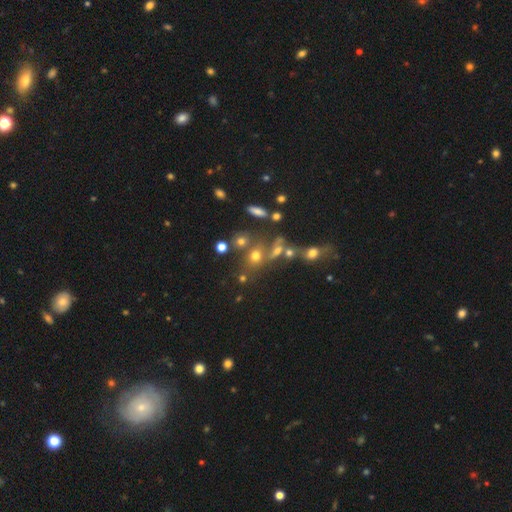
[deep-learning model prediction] smooth 63%, star or artifact 22%, featured or disk 15%. Down the decision tree: how rounded — round (68%); merging — none (47%).